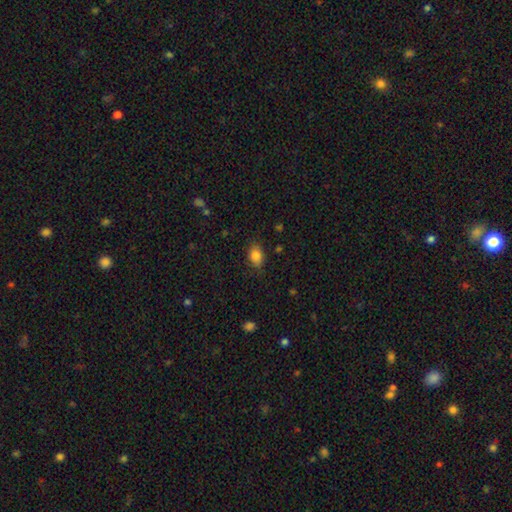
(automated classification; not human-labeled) This is clearly a smooth galaxy (84%). How rounded: clearly in between (82%). Merging: clearly none (82%).